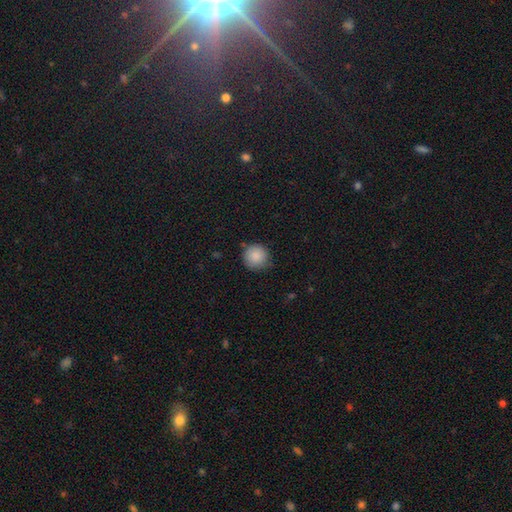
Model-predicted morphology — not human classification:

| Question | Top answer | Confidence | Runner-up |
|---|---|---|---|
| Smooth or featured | smooth | 87% | star or artifact (8%) |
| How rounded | round | 95% | in between (4%) |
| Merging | none | 78% | minor disturbance (17%) |